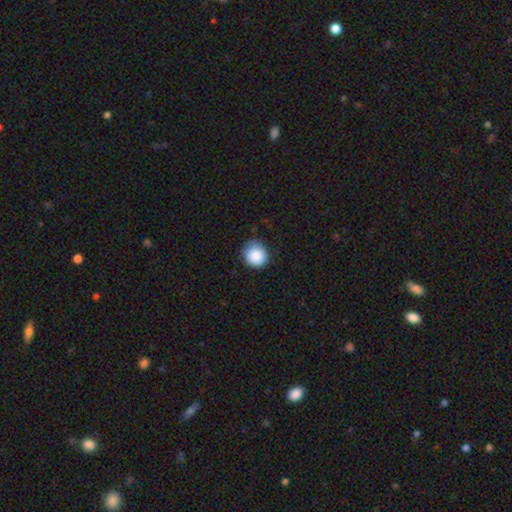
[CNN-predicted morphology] Smooth or featured: smooth — 87% (star or artifact — 8%)
How rounded: round — 88% (in between — 11%)
Merging: none — 74% (minor disturbance — 21%)